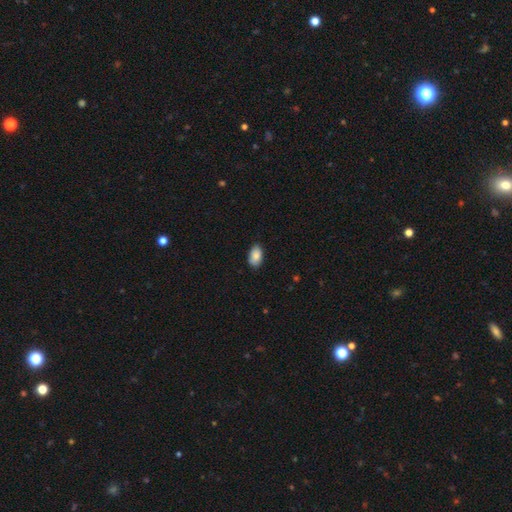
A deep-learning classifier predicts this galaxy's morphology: type=smooth (87%); roundness=in between (93%); merging=none (81%).